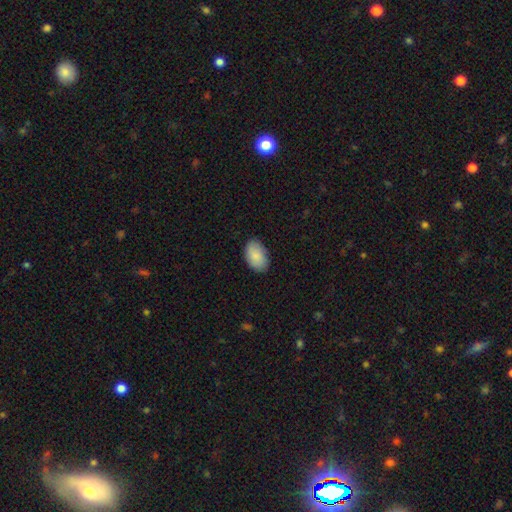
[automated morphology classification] Smooth or featured?
  - smooth: 88% *
  - star or artifact: 6%
  - featured or disk: 6%
How rounded?
  - in between: 92% *
  - round: 6%
  - cigar-shaped: 1%
Merging?
  - none: 84% *
  - minor disturbance: 12%
  - major disturbance: 2%
  - merger: 1%